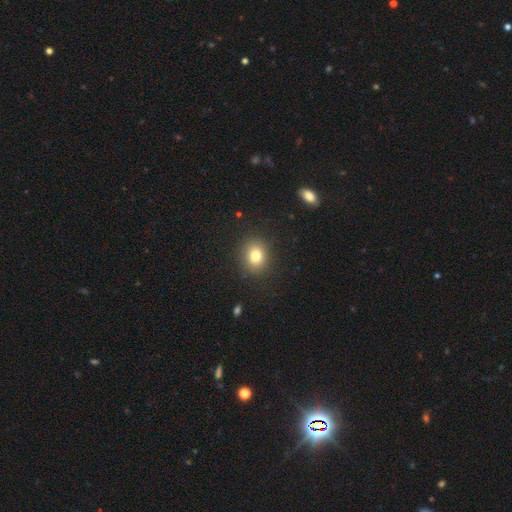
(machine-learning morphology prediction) smooth 78%, star or artifact 12%, featured or disk 9%. Down the decision tree: how rounded — round (63%); merging — none (88%).